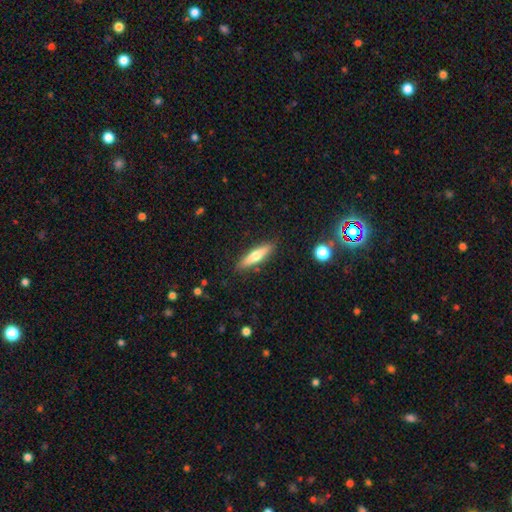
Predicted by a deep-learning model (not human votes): Smooth or featured? Predicted: smooth (p=0.54). How rounded? Predicted: cigar-shaped (p=0.78). Merging? Predicted: none (p=0.88).